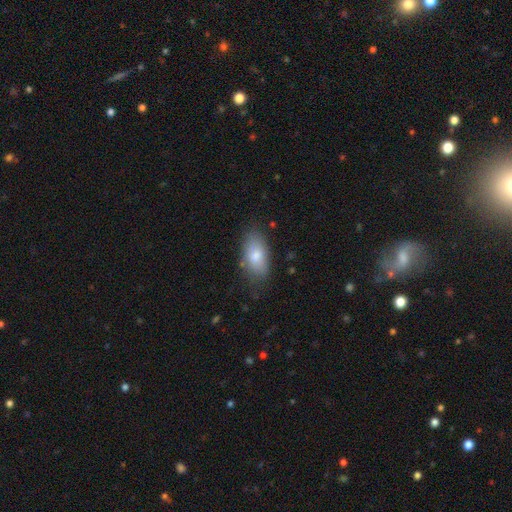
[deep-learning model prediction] A smooth galaxy with no disk features (78%) that is in between round and cigar-shaped (91%).

Vote fractions:
- Smooth or featured? smooth: 78% / featured or disk: 15% / star or artifact: 7%
- How rounded? in between: 91% / cigar-shaped: 5% / round: 5%
- Merging? none: 72% / minor disturbance: 21% / major disturbance: 5% / merger: 2%